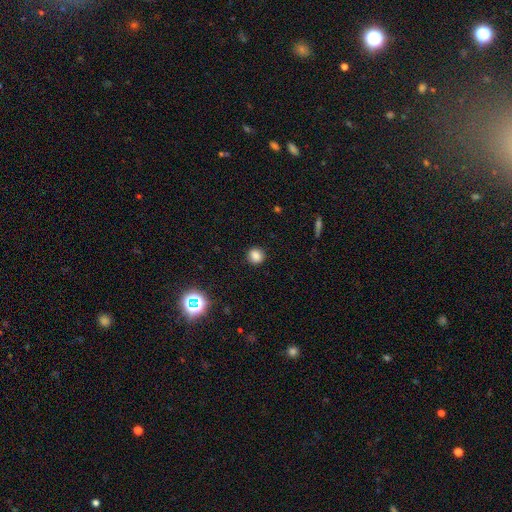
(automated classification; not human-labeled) smooth_or_featured: smooth (p=0.83) [alt: star or artifact p=0.13]
how_rounded: round (p=0.85) [alt: in between p=0.14]
merging: none (p=0.90) [alt: minor disturbance p=0.07]